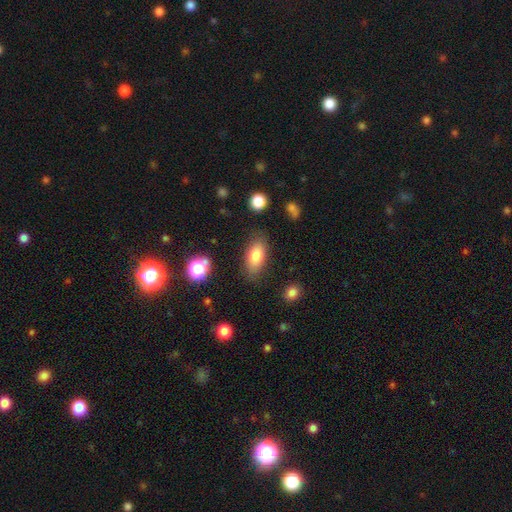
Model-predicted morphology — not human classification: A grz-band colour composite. It shows a smooth galaxy with no disk features (79%) that is in between round and cigar-shaped (85%). Merging: none (80%).